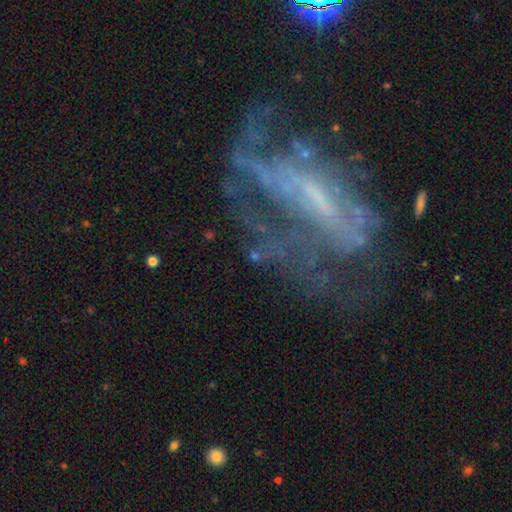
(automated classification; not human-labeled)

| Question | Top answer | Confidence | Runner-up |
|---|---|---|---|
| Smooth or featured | featured or disk | 60% | smooth (21%) |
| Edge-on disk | no | 86% | yes (14%) |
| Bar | strong | 36% | no (32%) |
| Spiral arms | yes | 74% | no (26%) |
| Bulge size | small | 37% | moderate (34%) |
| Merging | none | 64% | minor disturbance (17%) |